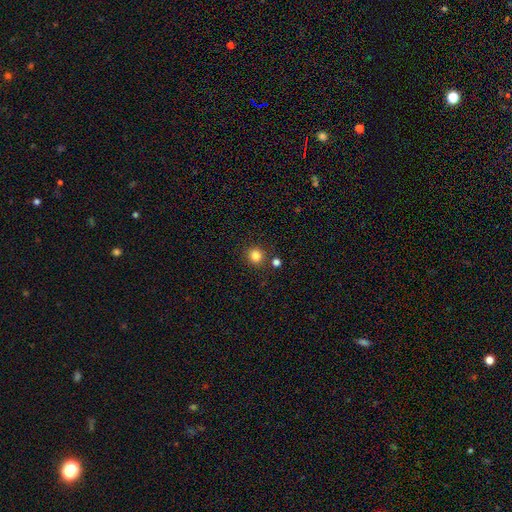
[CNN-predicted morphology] This appears to be a smooth galaxy with no disk features (83%) that is round (93%). Merging: none (84%).